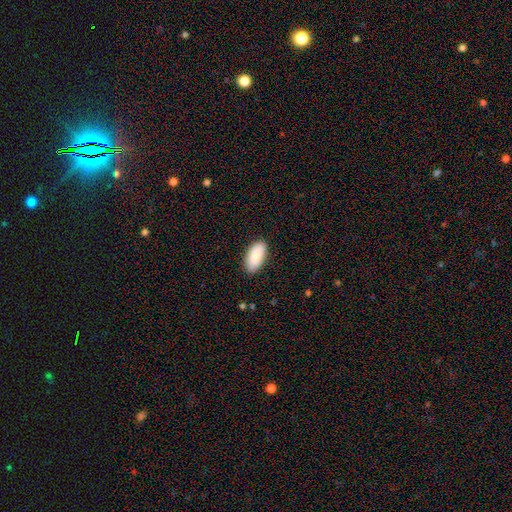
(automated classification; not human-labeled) Q: Smooth or featured?
A: smooth (88%); runner-up: featured or disk (6%)
Q: How rounded?
A: in between (94%); runner-up: cigar-shaped (4%)
Q: Merging?
A: none (86%); runner-up: minor disturbance (11%)